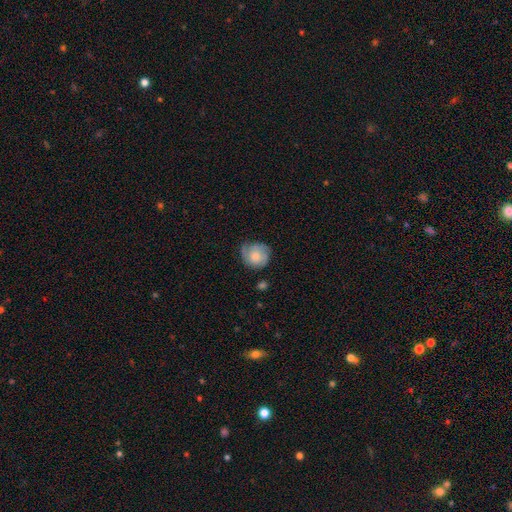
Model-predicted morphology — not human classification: type=smooth (52%); roundness=round (84%); merging=none (63%).